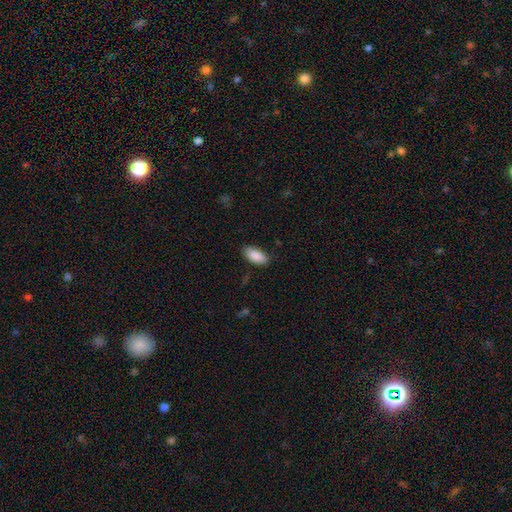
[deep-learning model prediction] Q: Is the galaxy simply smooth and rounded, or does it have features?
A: smooth — 89%.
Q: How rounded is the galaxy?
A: in between — 90%.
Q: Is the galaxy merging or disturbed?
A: none — 84%.